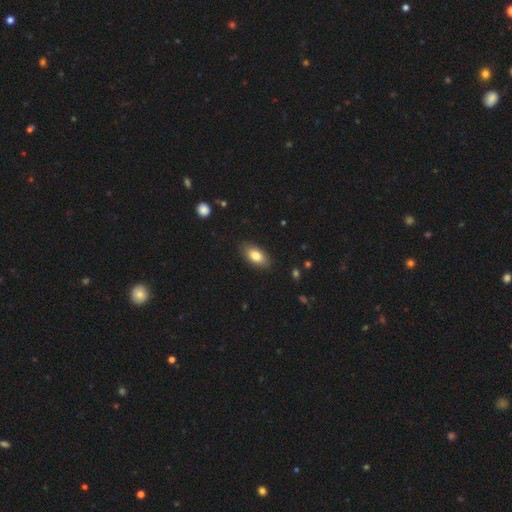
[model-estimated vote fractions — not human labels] This is clearly a smooth galaxy (82%). How rounded: clearly in between (90%). Merging: clearly none (85%).